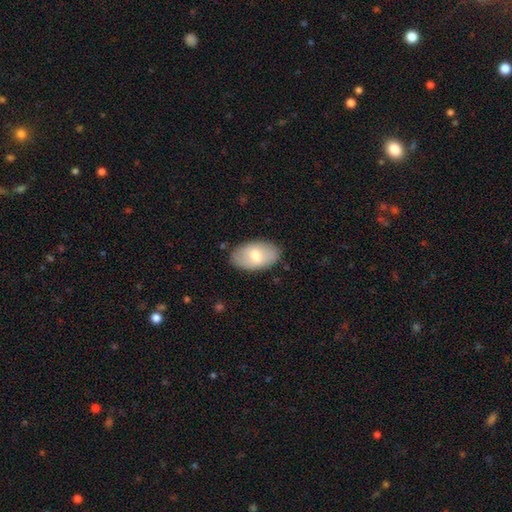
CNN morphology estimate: Smooth or featured: smooth — 66% (featured or disk — 27%)
How rounded: in between — 93% (round — 5%)
Merging: none — 83% (minor disturbance — 13%)